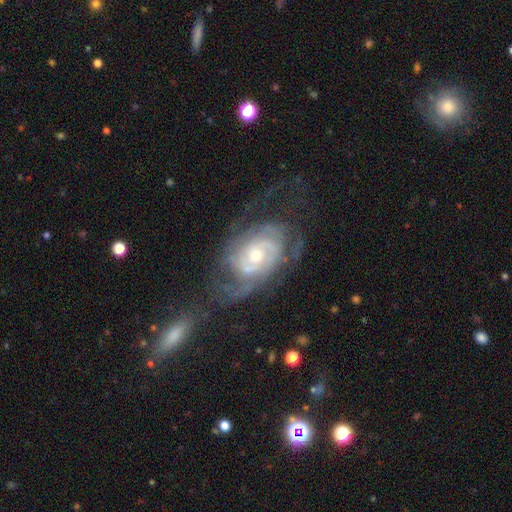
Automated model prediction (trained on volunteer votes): smooth-or-featured: featured or disk: 86% | smooth: 8% | star or artifact: 6%
  disk-edge-on: no: 96% | yes: 4%
    bar: no: 67% | weak: 27% | strong: 6%
    has-spiral-arms: yes: 94% | no: 6%
      spiral-winding: tight: 59% | medium: 31% | loose: 10%
      spiral-arm-count: 2: 39% | can't tell: 31% | 3: 14% | 4: 6% | 1: 5% | more than 4: 4%
    bulge-size: moderate: 54% | small: 39% | large: 4% | none: 1% | dominant: 1%
  merging: none: 52% | major disturbance: 23% | minor disturbance: 21% | merger: 4%